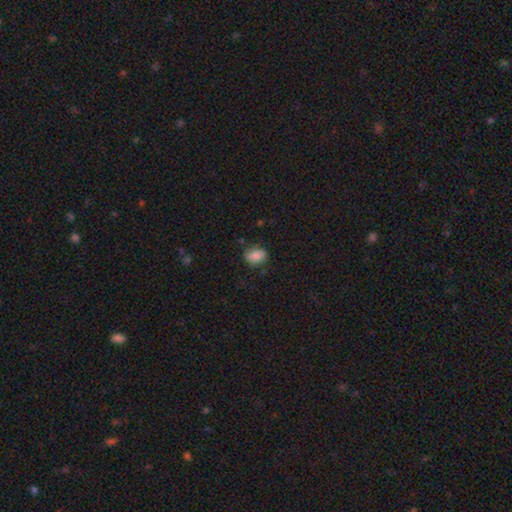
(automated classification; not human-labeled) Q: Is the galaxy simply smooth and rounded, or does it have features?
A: smooth — 79%.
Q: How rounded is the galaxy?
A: in between — 65%.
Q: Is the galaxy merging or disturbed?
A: none — 78%.